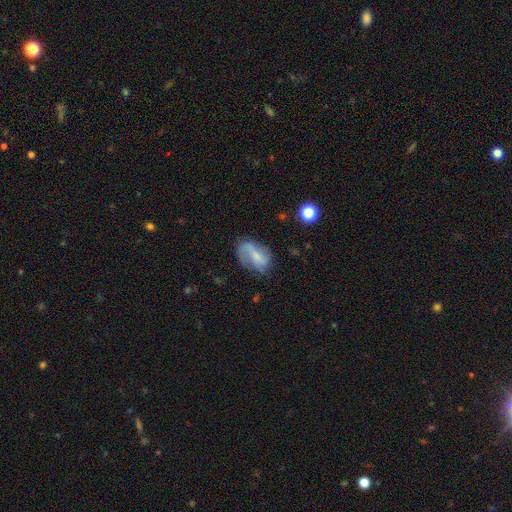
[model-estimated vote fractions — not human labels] A smooth galaxy with no disk features (48%). Merging: none (46%).